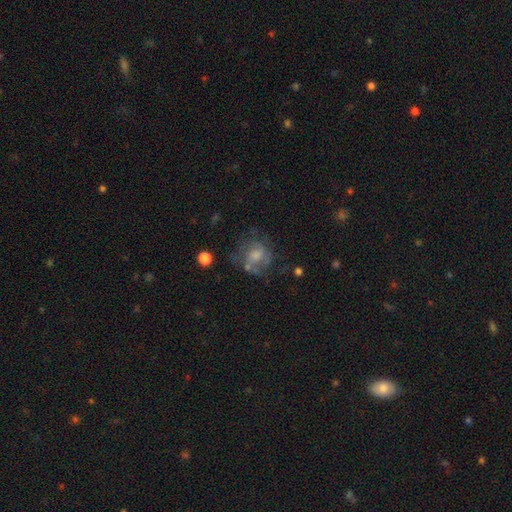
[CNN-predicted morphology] smooth 46%, featured or disk 42%, star or artifact 12%. Down the decision tree: merging — none (43%).